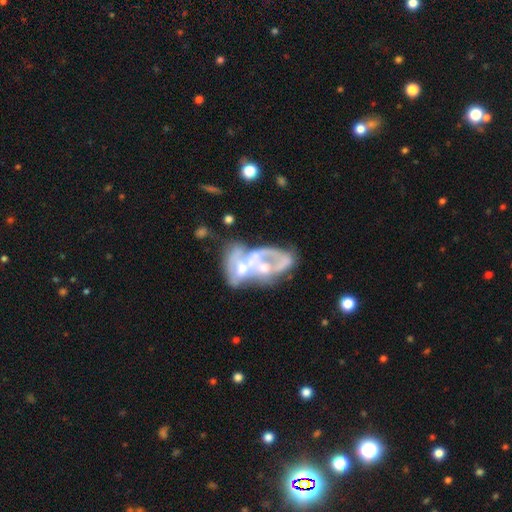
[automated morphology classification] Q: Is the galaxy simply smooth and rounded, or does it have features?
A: featured or disk — 69%.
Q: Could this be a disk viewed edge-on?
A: no — 97%.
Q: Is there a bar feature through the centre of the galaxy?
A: no — 84%.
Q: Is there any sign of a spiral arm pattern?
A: no — 79%.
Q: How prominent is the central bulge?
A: moderate — 39%.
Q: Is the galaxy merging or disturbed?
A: merger — 56%.